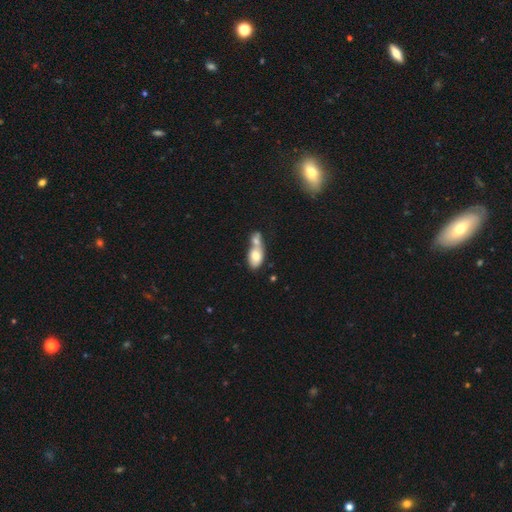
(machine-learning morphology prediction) The model was most divided on "merging": merger: 66%, none: 20%, minor disturbance: 9%, major disturbance: 5%. More confident: how rounded — in between (85%); smooth or featured — smooth (73%).